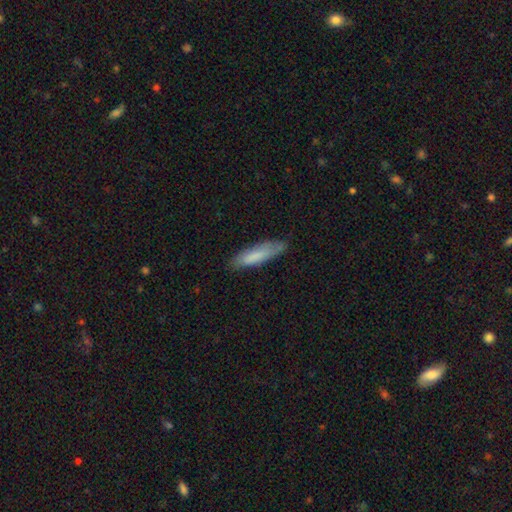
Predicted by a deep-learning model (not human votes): Smooth or featured? smooth (76%)
How rounded? cigar-shaped (71%)
Merging? none (76%)